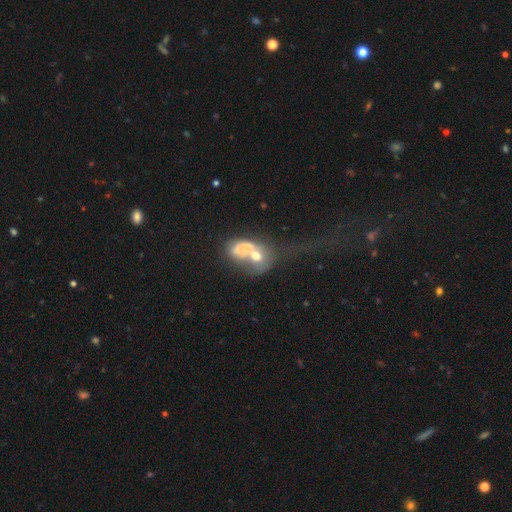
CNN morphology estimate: This is marginally a featured or disk galaxy (44%). Merging: likely merger (61%).